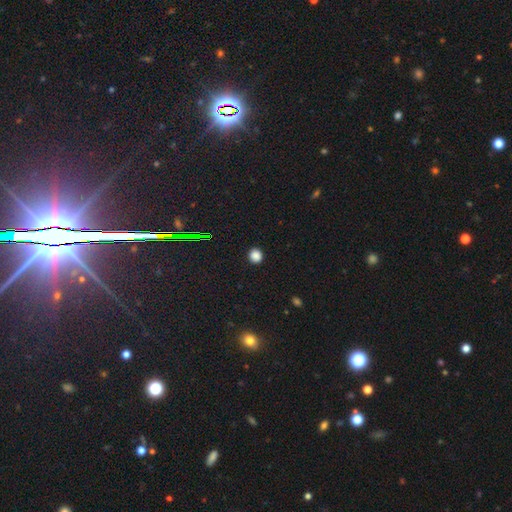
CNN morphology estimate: This appears to be a smooth galaxy with no disk features (85%) that is round (86%). Merging: none (92%).